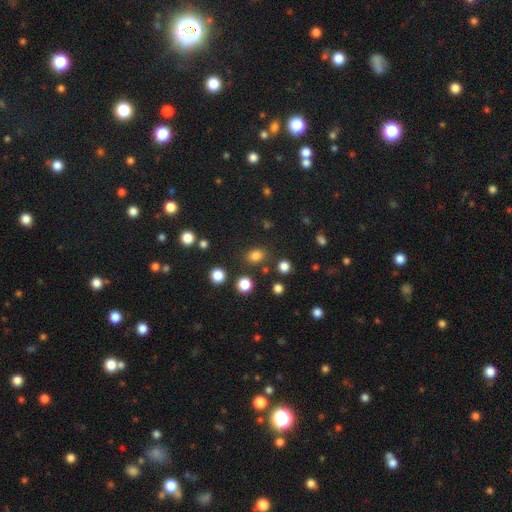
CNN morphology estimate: This appears to be a smooth galaxy with no disk features (80%) that is in between round and cigar-shaped (52%). Merging: none (82%).